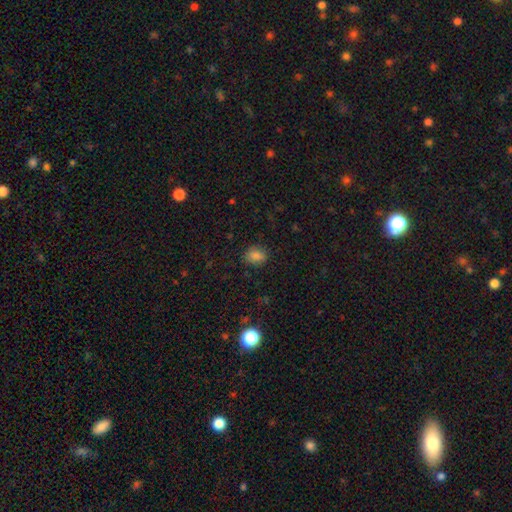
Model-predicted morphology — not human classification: smooth_or_featured: smooth (p=0.82) [alt: star or artifact p=0.12]
how_rounded: in between (p=0.57) [alt: round p=0.41]
merging: none (p=0.85) [alt: minor disturbance p=0.11]